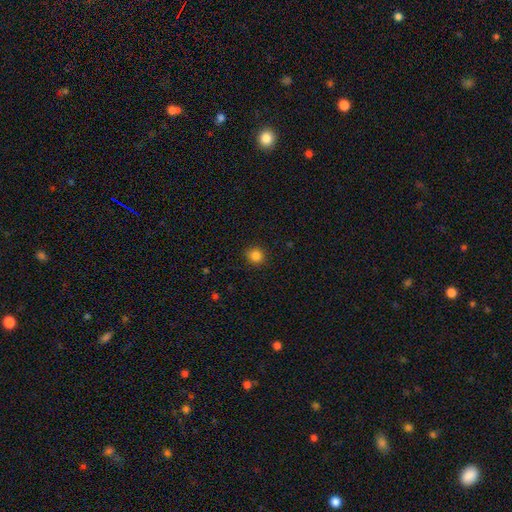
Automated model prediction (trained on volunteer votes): A smooth galaxy with no disk features (84%) that is round (88%). Merging: none (90%).